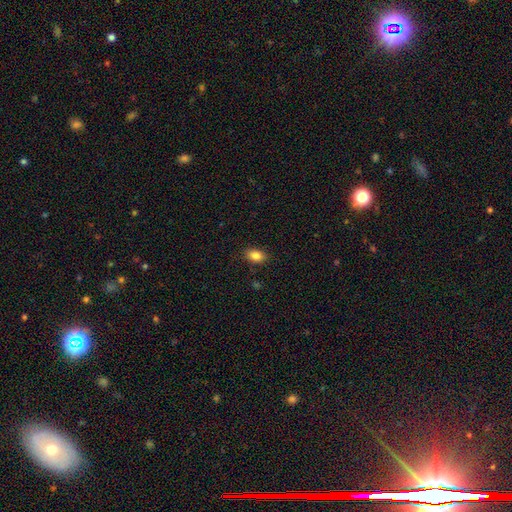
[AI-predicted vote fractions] Smooth or featured?
  - smooth: 85% *
  - star or artifact: 9%
  - featured or disk: 6%
How rounded?
  - in between: 85% *
  - round: 13%
  - cigar-shaped: 2%
Merging?
  - none: 86% *
  - minor disturbance: 10%
  - major disturbance: 2%
  - merger: 1%